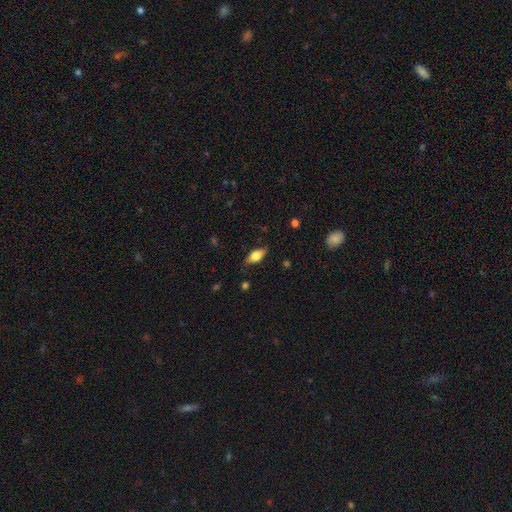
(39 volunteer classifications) A smooth galaxy with no disk features (59%) that is in between round and cigar-shaped (91%). Merging: none (92%).